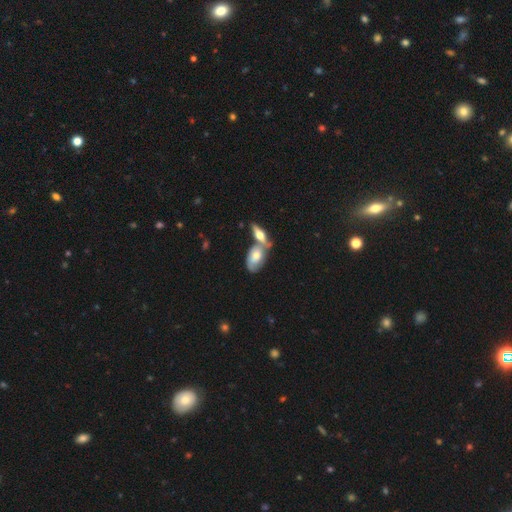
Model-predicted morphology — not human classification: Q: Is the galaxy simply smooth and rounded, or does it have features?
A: smooth — 55%.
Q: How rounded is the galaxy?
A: in between — 89%.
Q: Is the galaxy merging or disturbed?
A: merger — 50%.